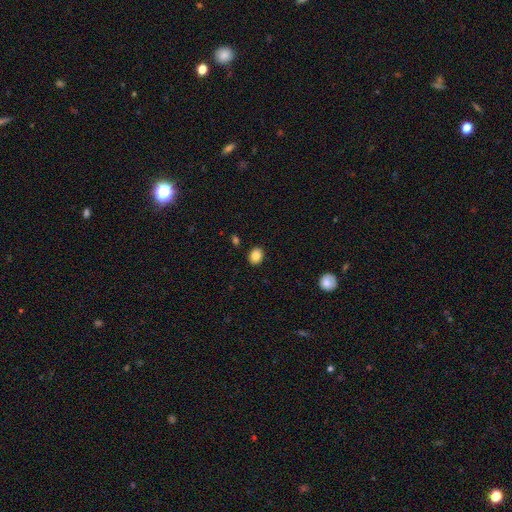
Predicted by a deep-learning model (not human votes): Smooth or featured: smooth — 84% (star or artifact — 9%)
How rounded: round — 51% (in between — 49%)
Merging: none — 89% (minor disturbance — 7%)